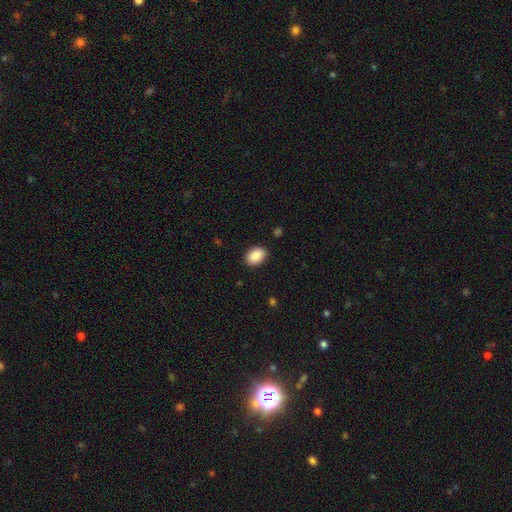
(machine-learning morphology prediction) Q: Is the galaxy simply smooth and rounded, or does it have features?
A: smooth — 89%.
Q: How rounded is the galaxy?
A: in between — 83%.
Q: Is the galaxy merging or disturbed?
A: none — 89%.